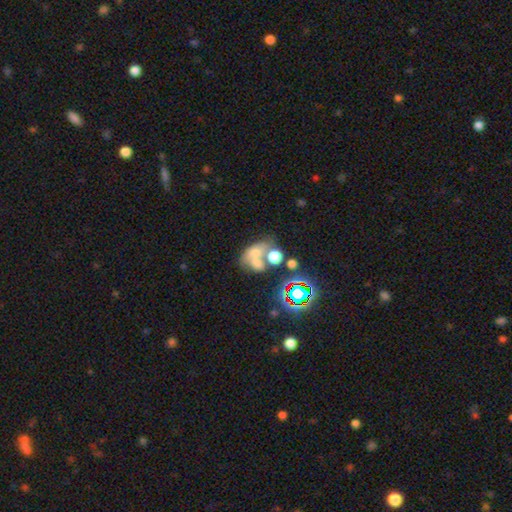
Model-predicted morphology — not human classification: smooth-or-featured: smooth: 55% | featured or disk: 25% | star or artifact: 20%
  how-rounded: in between: 68% | round: 30% | cigar-shaped: 2%
  merging: merger: 61% | none: 20% | minor disturbance: 9% | major disturbance: 9%